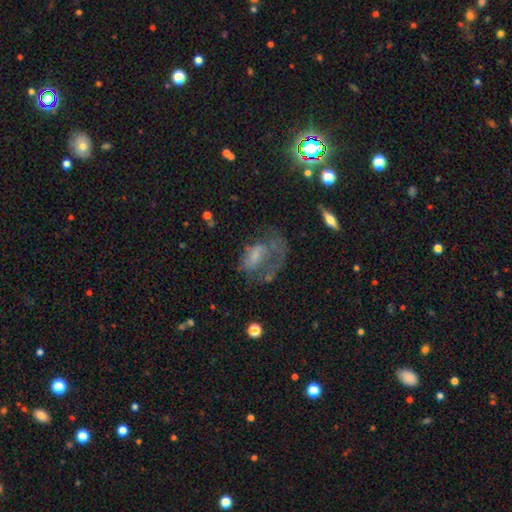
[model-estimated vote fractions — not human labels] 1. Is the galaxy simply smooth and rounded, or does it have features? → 47% featured or disk, 40% smooth, 13% star or artifact.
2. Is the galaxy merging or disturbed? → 50% major disturbance, 26% none, 19% minor disturbance, 5% merger.